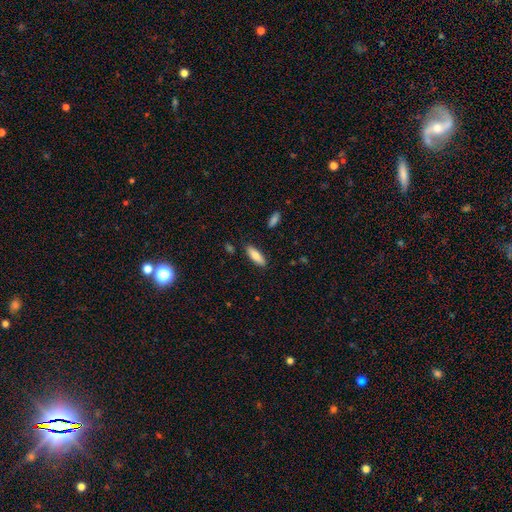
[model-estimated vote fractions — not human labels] A smooth galaxy with no disk features (80%) that is in between round and cigar-shaped (59%). Merging: none (86%).